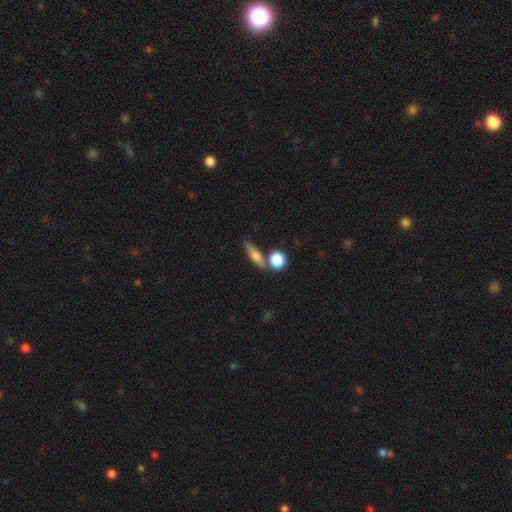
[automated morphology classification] smooth-or-featured: smooth: 64% | featured or disk: 27% | star or artifact: 9%
  how-rounded: cigar-shaped: 50% | in between: 30% | round: 19%
  merging: none: 69% | merger: 15% | minor disturbance: 12% | major disturbance: 4%